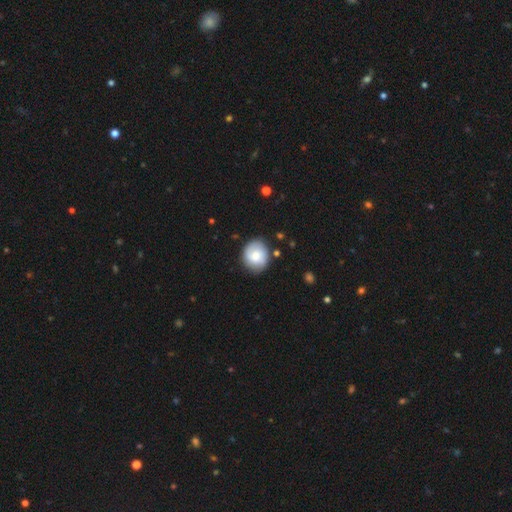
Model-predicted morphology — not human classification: type=smooth (61%); roundness=round (77%); merging=none (79%).